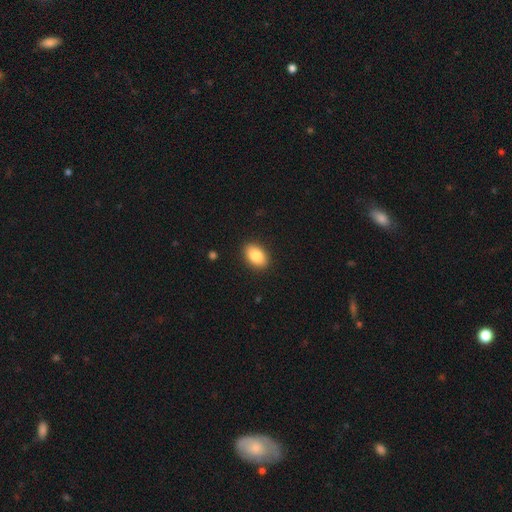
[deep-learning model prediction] smooth 86%, star or artifact 7%, featured or disk 7%. Down the decision tree: how rounded — in between (86%); merging — none (90%).